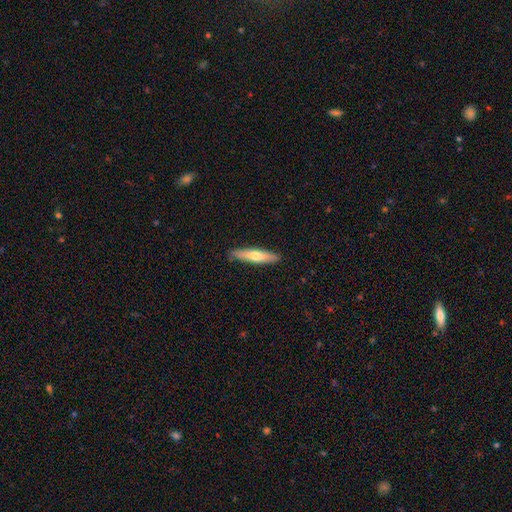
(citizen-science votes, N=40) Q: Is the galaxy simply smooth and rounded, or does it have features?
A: smooth — 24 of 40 (60%).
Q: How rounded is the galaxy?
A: cigar-shaped — 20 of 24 (83%).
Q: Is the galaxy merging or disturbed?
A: none — 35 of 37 (95%).